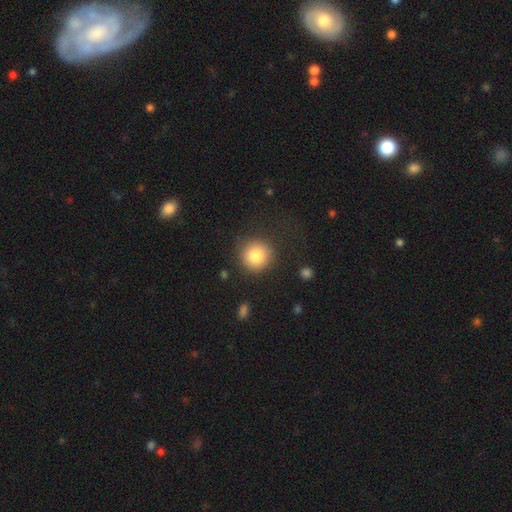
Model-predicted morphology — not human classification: Smooth or featured? Predicted: smooth (p=0.82). How rounded? Predicted: round (p=0.93). Merging? Predicted: none (p=0.83).